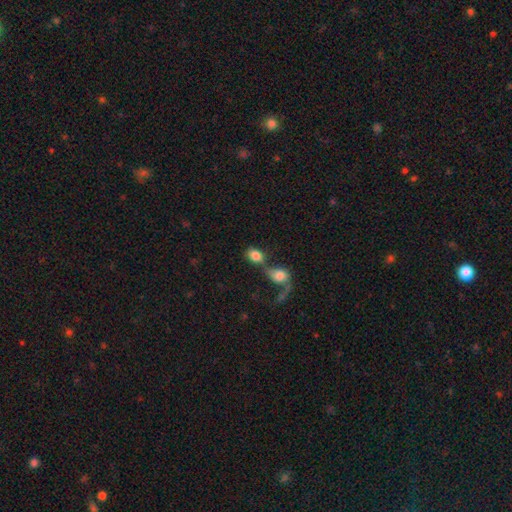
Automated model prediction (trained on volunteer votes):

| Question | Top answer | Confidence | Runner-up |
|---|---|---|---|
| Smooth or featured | smooth | 77% | featured or disk (15%) |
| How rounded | in between | 64% | round (34%) |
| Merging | merger | 65% | none (19%) |